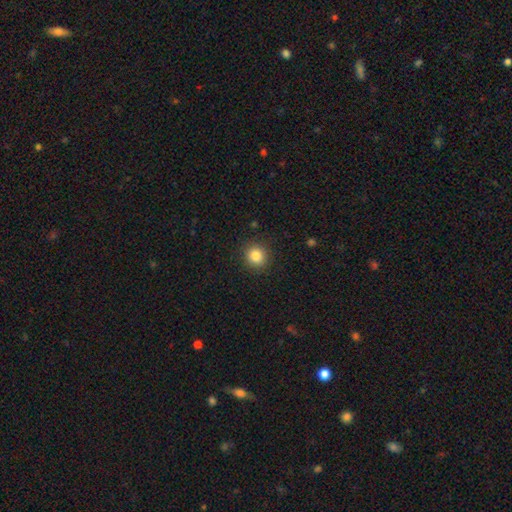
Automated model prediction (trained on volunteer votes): smooth-or-featured: smooth: 85% | star or artifact: 11% | featured or disk: 5%
  how-rounded: round: 91% | in between: 8% | cigar-shaped: 1%
  merging: none: 90% | minor disturbance: 7% | major disturbance: 2% | merger: 1%